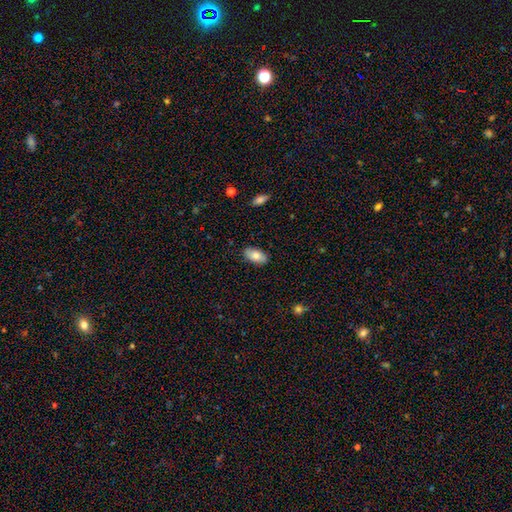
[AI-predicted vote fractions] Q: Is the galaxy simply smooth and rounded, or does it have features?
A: smooth — 80%.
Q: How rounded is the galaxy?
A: in between — 94%.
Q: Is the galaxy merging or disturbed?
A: none — 86%.